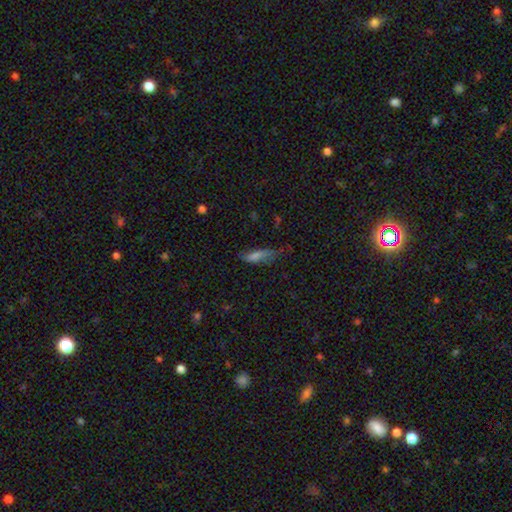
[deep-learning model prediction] A smooth galaxy with no disk features (65%) that is cigar-shaped (54%). Merging: none (48%).